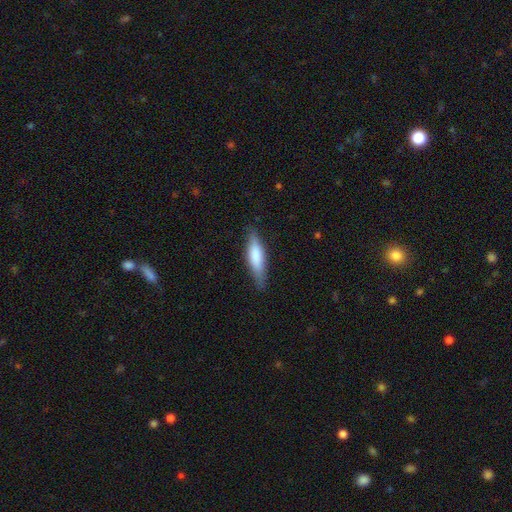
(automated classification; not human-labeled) A smooth galaxy with no disk features (73%) that is cigar-shaped (66%). Merging: none (81%).